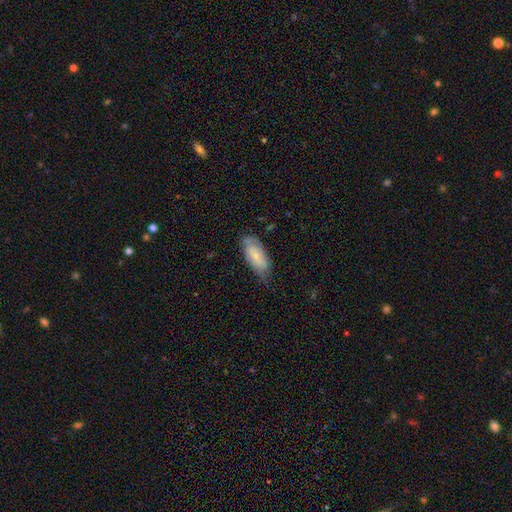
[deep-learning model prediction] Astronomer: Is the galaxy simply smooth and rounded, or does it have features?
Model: smooth — 65%.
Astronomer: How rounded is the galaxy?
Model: in between — 82%.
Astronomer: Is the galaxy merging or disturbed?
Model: none — 63%.